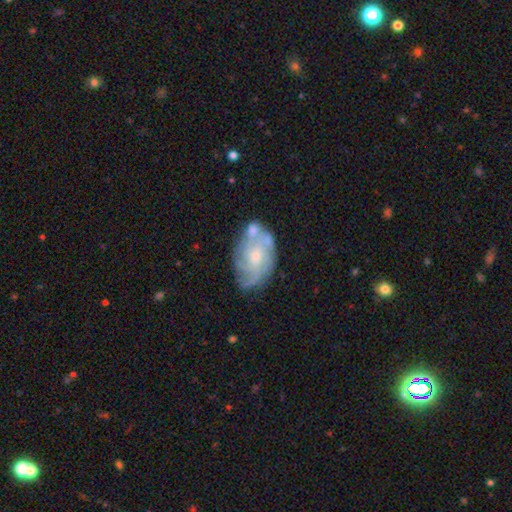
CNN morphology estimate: smooth_or_featured: featured or disk (p=0.70) [alt: smooth p=0.22]
disk_edge_on: no (p=0.96) [alt: yes p=0.04]
bar: no (p=0.73) [alt: weak p=0.24]
has_spiral_arms: yes (p=0.81) [alt: no p=0.19]
spiral_winding: tight (p=0.48) [alt: medium p=0.35]
spiral_arm_count: can't tell (p=0.44) [alt: 3 p=0.19]
bulge_size: small (p=0.52) [alt: moderate p=0.41]
merging: none (p=0.58) [alt: minor disturbance p=0.22]